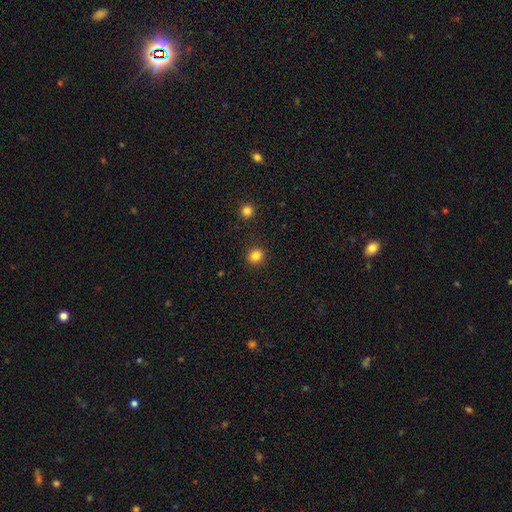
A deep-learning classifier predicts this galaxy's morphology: This appears to be a smooth galaxy with no disk features (83%) that is round (85%). Merging: none (90%).